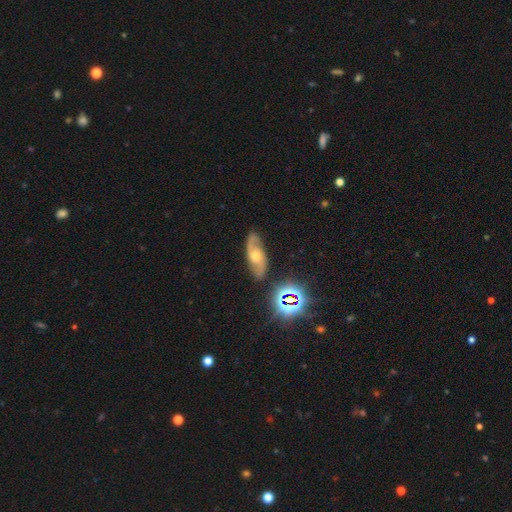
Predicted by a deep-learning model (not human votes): smooth_or_featured: featured or disk (p=0.73) [alt: smooth p=0.14]
disk_edge_on: no (p=0.91) [alt: yes p=0.09]
bar: no (p=0.63) [alt: weak p=0.29]
has_spiral_arms: yes (p=0.93) [alt: no p=0.07]
spiral_winding: medium (p=0.46) [alt: loose p=0.33]
spiral_arm_count: 2 (p=0.88) [alt: can't tell p=0.07]
bulge_size: moderate (p=0.63) [alt: small p=0.30]
merging: none (p=0.80) [alt: minor disturbance p=0.14]